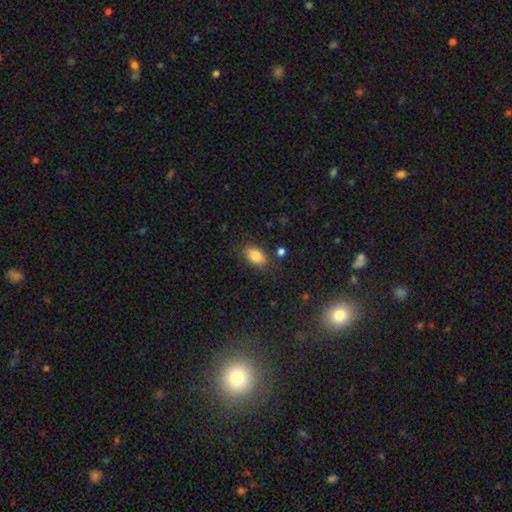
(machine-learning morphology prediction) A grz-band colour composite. It shows a smooth galaxy with no disk features (85%) that is in between round and cigar-shaped (88%). Merging: none (78%).